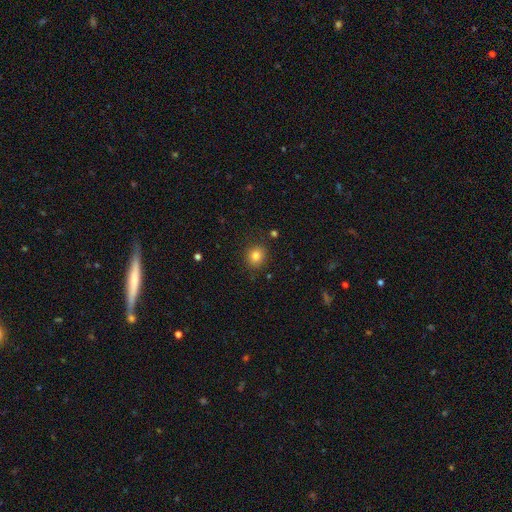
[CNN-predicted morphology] smooth-or-featured: smooth: 81% | star or artifact: 13% | featured or disk: 7%
  how-rounded: round: 83% | in between: 16% | cigar-shaped: 1%
  merging: none: 88% | minor disturbance: 8% | major disturbance: 2% | merger: 2%